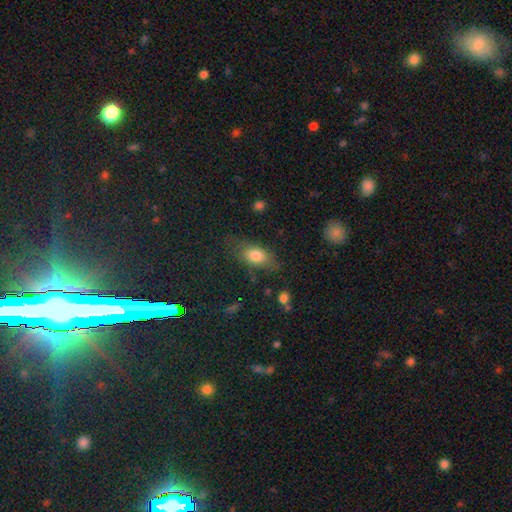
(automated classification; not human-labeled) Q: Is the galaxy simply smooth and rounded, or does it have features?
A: smooth — 76%.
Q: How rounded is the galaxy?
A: in between — 81%.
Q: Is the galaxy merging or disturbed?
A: none — 64%.